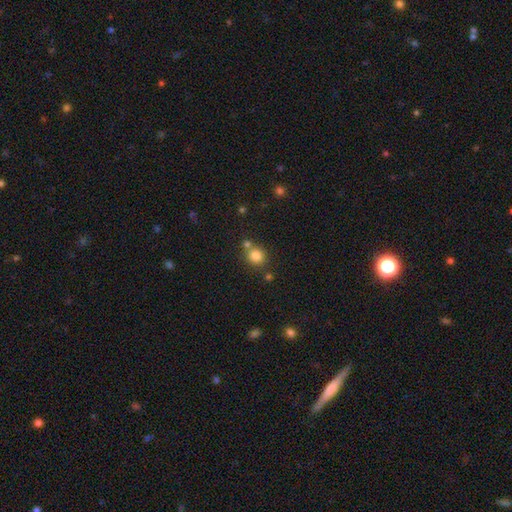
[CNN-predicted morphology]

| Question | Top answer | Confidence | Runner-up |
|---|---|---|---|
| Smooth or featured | smooth | 82% | star or artifact (12%) |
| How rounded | round | 88% | in between (11%) |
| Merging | none | 68% | merger (20%) |